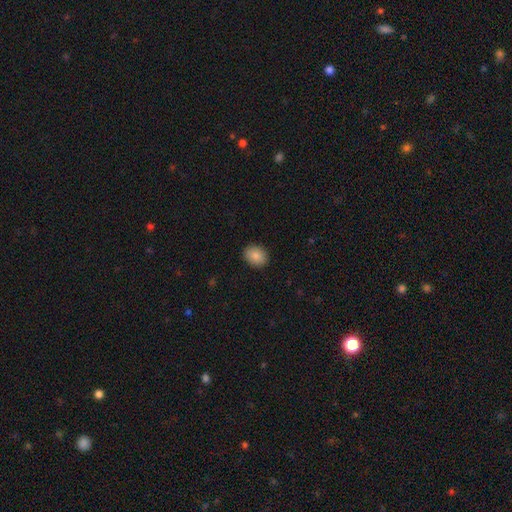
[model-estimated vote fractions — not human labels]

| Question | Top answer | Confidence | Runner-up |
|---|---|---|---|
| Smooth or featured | smooth | 87% | star or artifact (8%) |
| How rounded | in between | 52% | round (47%) |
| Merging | none | 90% | minor disturbance (7%) |